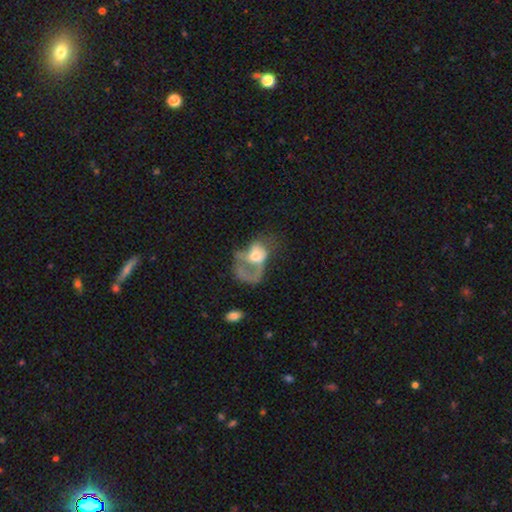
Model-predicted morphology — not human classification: Overall: featured or disk (48%; smooth 43%). Merging: major disturbance (64%).